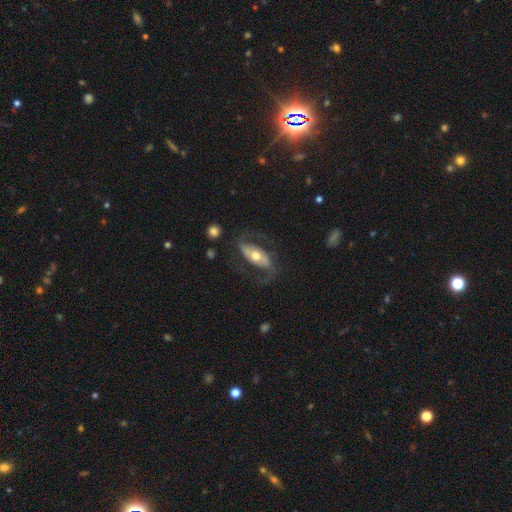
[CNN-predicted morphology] Q: Smooth or featured?
A: featured or disk (82%); runner-up: smooth (14%)
Q: Edge-on disk?
A: no (94%); runner-up: yes (6%)
Q: Bar?
A: no (36%); runner-up: strong (34%)
Q: Spiral arms?
A: yes (92%); runner-up: no (8%)
Q: Spiral winding?
A: loose (49%); runner-up: medium (40%)
Q: Spiral arm count?
A: 2 (92%); runner-up: can't tell (3%)
Q: Bulge size?
A: moderate (72%); runner-up: small (14%)
Q: Merging?
A: none (70%); runner-up: major disturbance (14%)